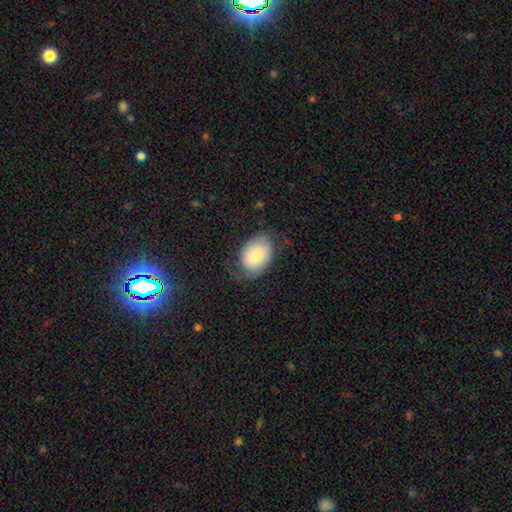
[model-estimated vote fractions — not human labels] smooth-or-featured: smooth: 68% | featured or disk: 25% | star or artifact: 7%
  how-rounded: in between: 79% | round: 20% | cigar-shaped: 1%
  merging: none: 60% | minor disturbance: 26% | major disturbance: 12% | merger: 1%